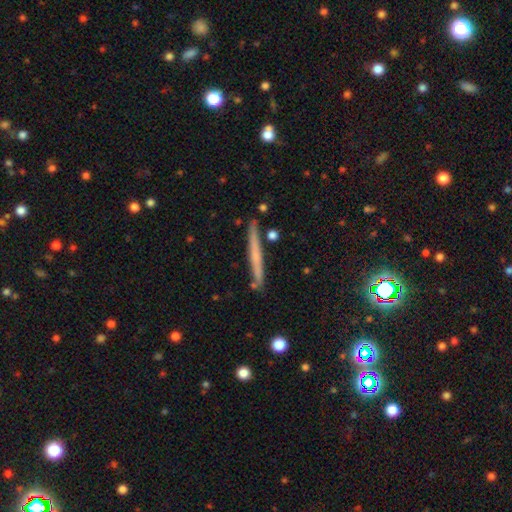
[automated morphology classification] Smooth or featured?
  - smooth: 46% *
  - featured or disk: 45%
  - star or artifact: 9%
Merging?
  - none: 86% *
  - minor disturbance: 9%
  - merger: 2%
  - major disturbance: 2%